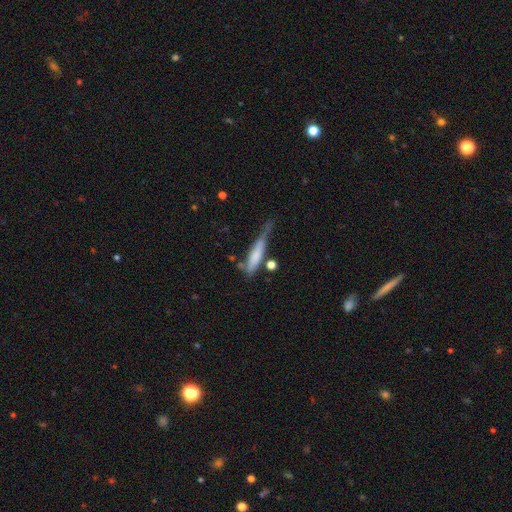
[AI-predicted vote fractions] A smooth galaxy with no disk features (64%) that is cigar-shaped (81%).

Vote fractions:
- Smooth or featured? smooth: 64% / featured or disk: 29% / star or artifact: 7%
- How rounded? cigar-shaped: 81% / in between: 17% / round: 2%
- Merging? none: 37% / minor disturbance: 33% / major disturbance: 19% / merger: 12%